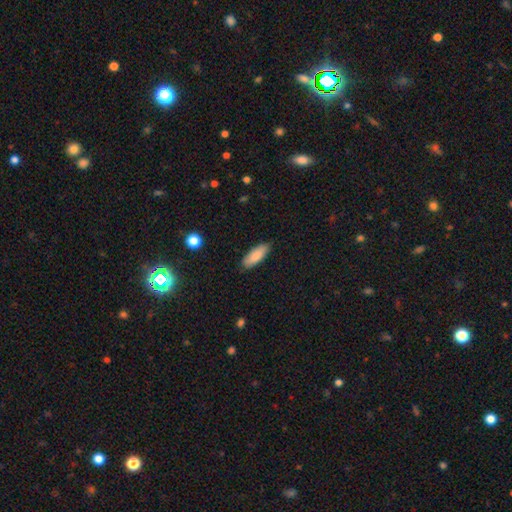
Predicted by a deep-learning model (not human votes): Q: Smooth or featured?
A: smooth (86%); runner-up: featured or disk (8%)
Q: How rounded?
A: in between (69%); runner-up: cigar-shaped (29%)
Q: Merging?
A: none (85%); runner-up: minor disturbance (12%)